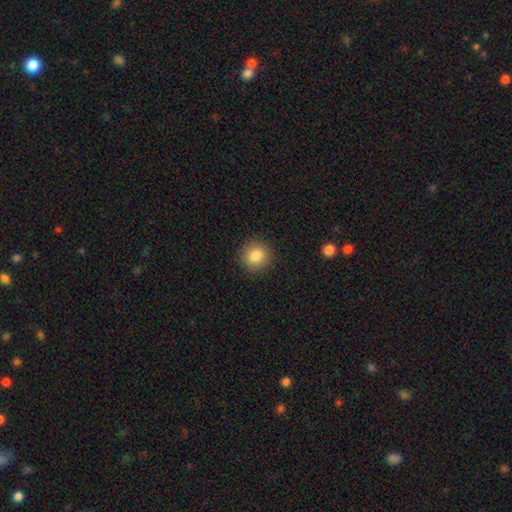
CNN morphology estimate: Smooth or featured?
  - smooth: 85% *
  - star or artifact: 9%
  - featured or disk: 6%
How rounded?
  - round: 88% *
  - in between: 11%
  - cigar-shaped: 1%
Merging?
  - none: 90% *
  - minor disturbance: 7%
  - major disturbance: 2%
  - merger: 1%